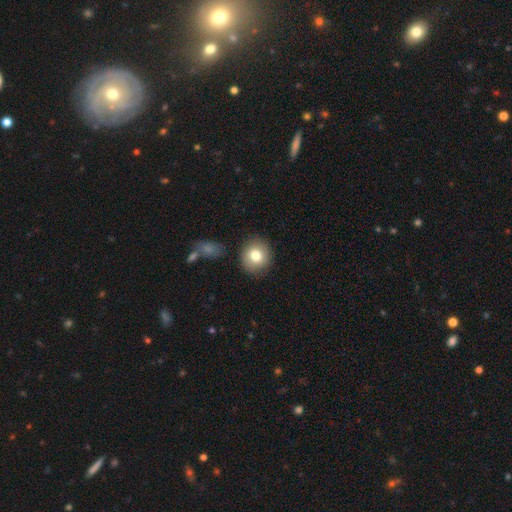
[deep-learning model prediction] Smooth or featured? smooth (79%)
How rounded? round (87%)
Merging? none (87%)